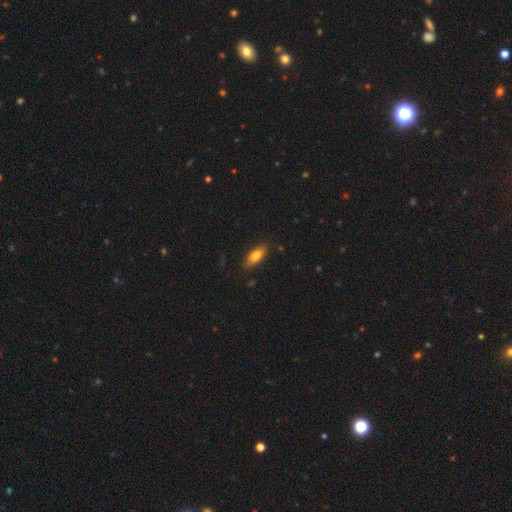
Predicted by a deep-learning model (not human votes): The model was most divided on "how rounded": in between: 80%, cigar-shaped: 17%, round: 3%. More confident: merging — none (83%); smooth or featured — smooth (79%).